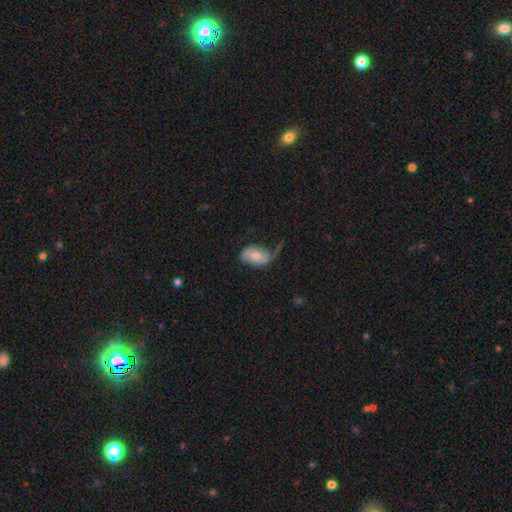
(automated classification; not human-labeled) This appears to be a featured or disk galaxy (54%) with no bar (68%), spiral arms (73%) and a moderate central bulge (63%). Merging: none (45%).